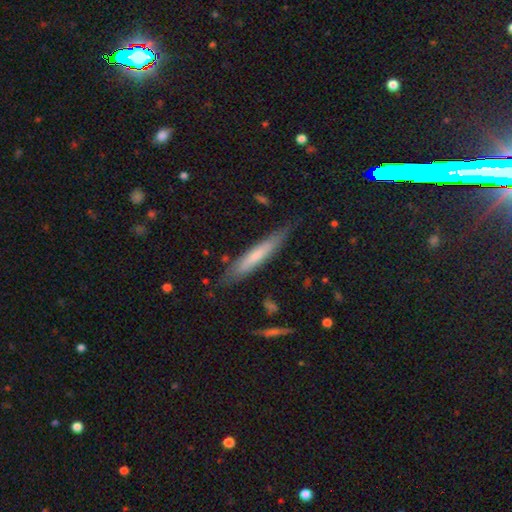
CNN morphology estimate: A smooth galaxy with no disk features (59%) that is cigar-shaped (92%).

Vote fractions:
- Smooth or featured? smooth: 59% / featured or disk: 36% / star or artifact: 5%
- How rounded? cigar-shaped: 92% / in between: 7% / round: 1%
- Merging? none: 79% / minor disturbance: 16% / major disturbance: 3% / merger: 2%